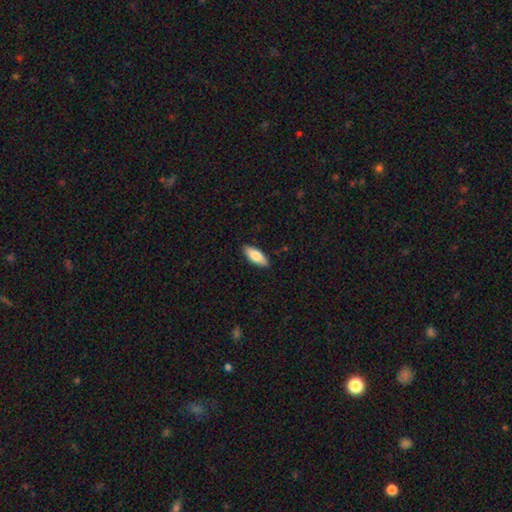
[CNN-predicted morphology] smooth_or_featured: smooth (p=0.83) [alt: featured or disk p=0.12]
how_rounded: in between (p=0.78) [alt: cigar-shaped p=0.21]
merging: none (p=0.88) [alt: minor disturbance p=0.09]